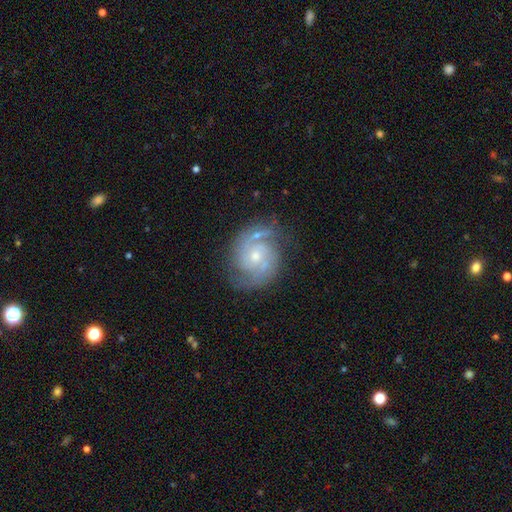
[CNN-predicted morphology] type=featured or disk (87%); edge-on=no (98%); bar=no (67%); spiral arms=yes (97%); winding=tight (48%); arm count=2 (70%); bulge=small (54%); merging=none (73%).